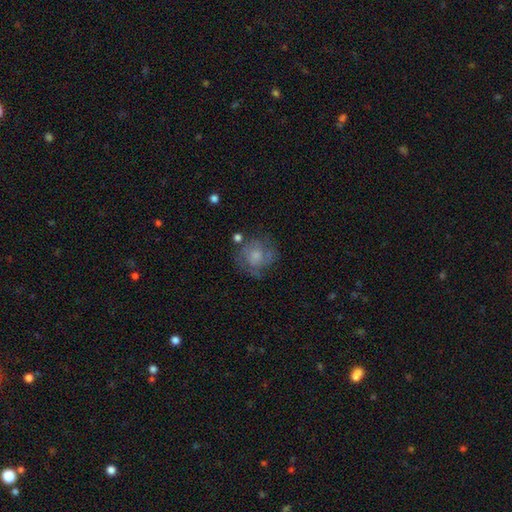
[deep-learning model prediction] This is possibly a featured or disk galaxy (46%). Merging: likely none (60%).